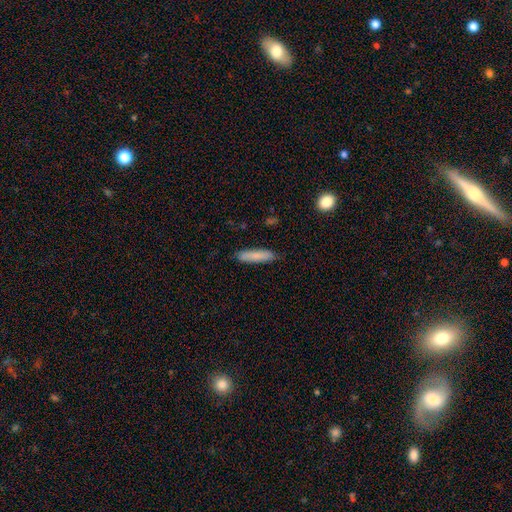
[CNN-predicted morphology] A smooth galaxy with no disk features (83%) that is cigar-shaped (80%). Merging: none (86%).